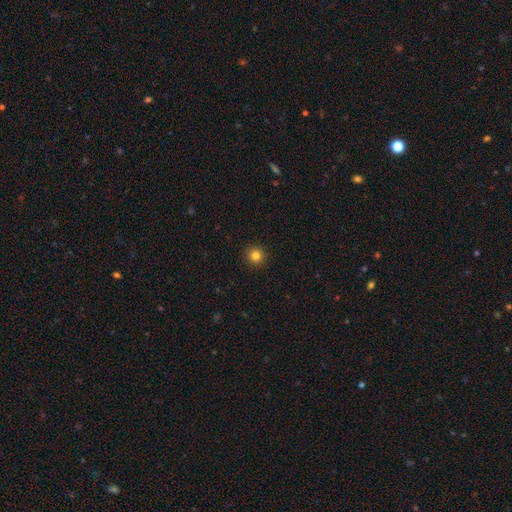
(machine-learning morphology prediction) Smooth or featured?
  - smooth: 82% *
  - star or artifact: 13%
  - featured or disk: 5%
How rounded?
  - round: 96% *
  - in between: 3%
  - cigar-shaped: 1%
Merging?
  - none: 93% *
  - minor disturbance: 4%
  - major disturbance: 2%
  - merger: 1%